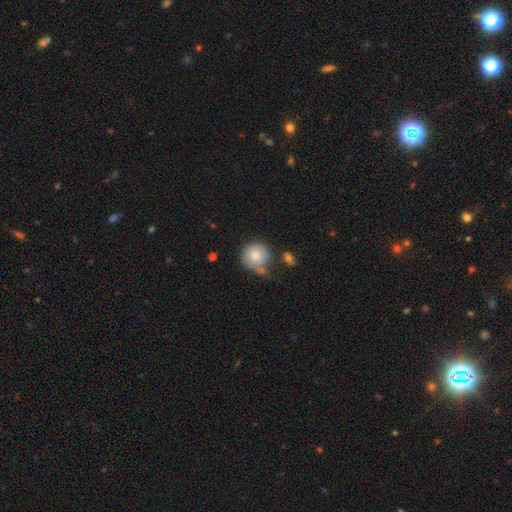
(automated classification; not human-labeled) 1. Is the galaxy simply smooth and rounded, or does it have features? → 84% smooth, 8% featured or disk, 7% star or artifact.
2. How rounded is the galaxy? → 92% round, 7% in between, 1% cigar-shaped.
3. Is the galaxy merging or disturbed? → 59% none, 20% minor disturbance, 15% merger, 6% major disturbance.